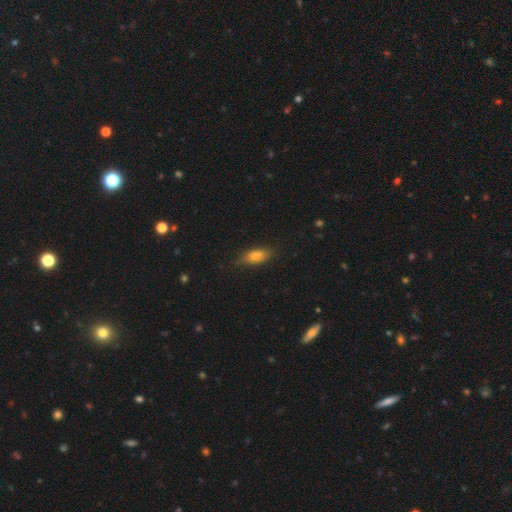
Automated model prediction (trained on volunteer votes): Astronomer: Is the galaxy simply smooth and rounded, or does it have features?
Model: smooth — 74%.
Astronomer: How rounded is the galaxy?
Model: in between — 73%.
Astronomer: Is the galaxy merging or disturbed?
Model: none — 80%.